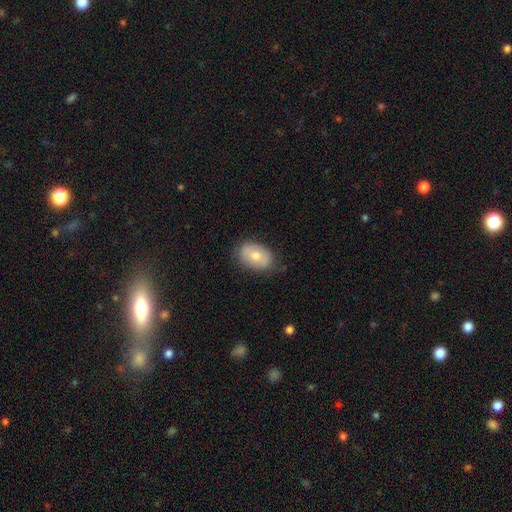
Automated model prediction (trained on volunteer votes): Overall: smooth (69%). How rounded: in between (77%). Merging: none (79%).